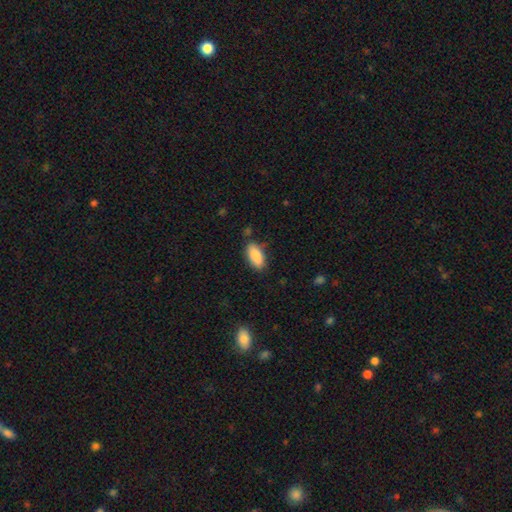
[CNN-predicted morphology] smooth 87%, featured or disk 7%, star or artifact 7%. Down the decision tree: how rounded — in between (88%); merging — none (82%).